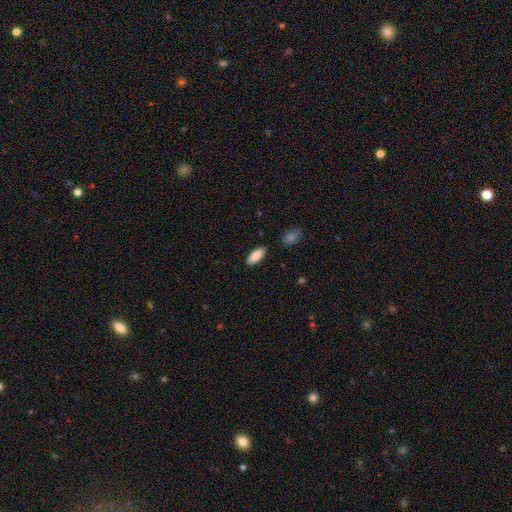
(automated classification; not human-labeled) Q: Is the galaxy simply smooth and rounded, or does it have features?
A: smooth — 86%.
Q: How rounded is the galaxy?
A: in between — 83%.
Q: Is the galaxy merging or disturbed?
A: none — 85%.